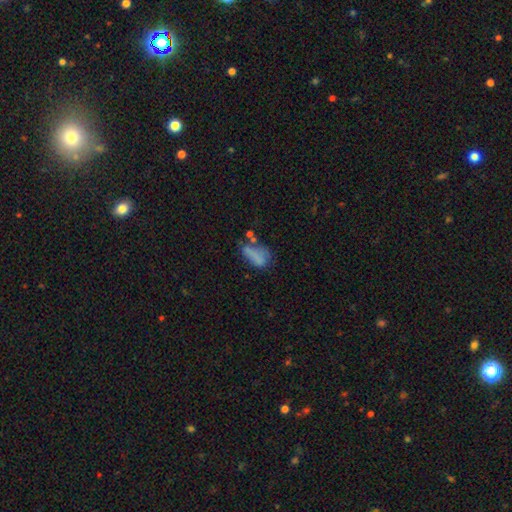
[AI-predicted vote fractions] A smooth galaxy with no disk features (67%) that is in between round and cigar-shaped (79%). Merging: none (31%).